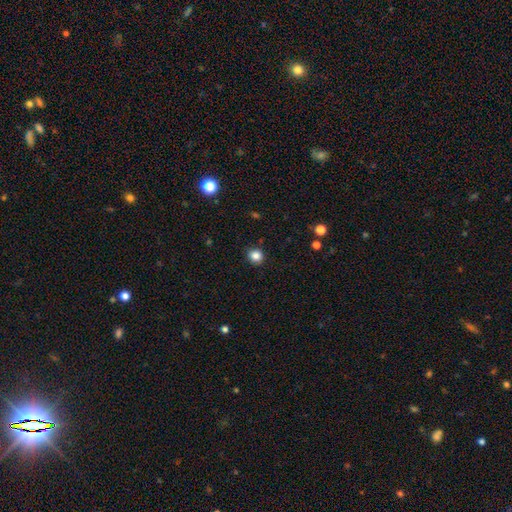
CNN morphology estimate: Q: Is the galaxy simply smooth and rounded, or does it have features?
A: smooth — 84%.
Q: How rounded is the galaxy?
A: round — 81%.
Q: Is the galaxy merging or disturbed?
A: none — 89%.